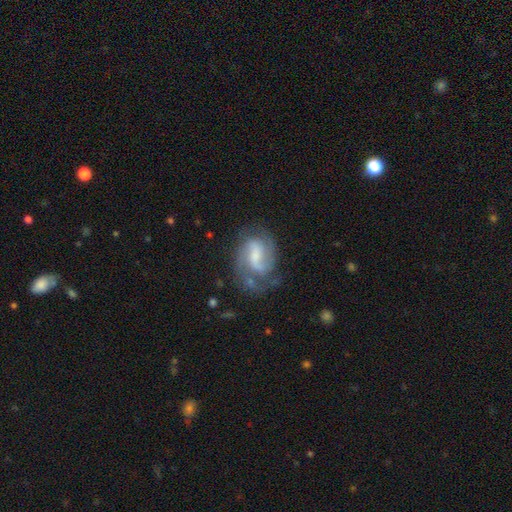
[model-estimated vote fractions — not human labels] smooth-or-featured: featured or disk: 82% | smooth: 12% | star or artifact: 6%
  disk-edge-on: no: 98% | yes: 2%
    bar: weak: 52% | no: 26% | strong: 22%
    has-spiral-arms: yes: 95% | no: 5%
      spiral-winding: medium: 51% | tight: 30% | loose: 19%
      spiral-arm-count: 2: 71% | 3: 10% | can't tell: 9% | 1: 5% | 4: 2% | more than 4: 2%
    bulge-size: small: 39% | moderate: 33% | none: 18% | large: 8% | dominant: 1%
  merging: none: 60% | minor disturbance: 22% | major disturbance: 15% | merger: 3%